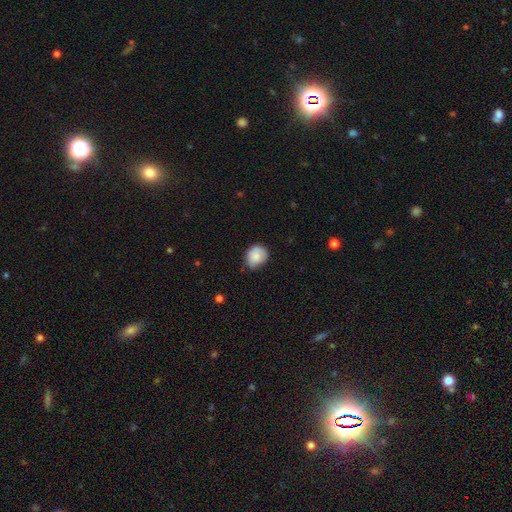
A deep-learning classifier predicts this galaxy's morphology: Smooth or featured: smooth — 82% (featured or disk — 10%)
How rounded: round — 69% (in between — 31%)
Merging: none — 58% (minor disturbance — 35%)